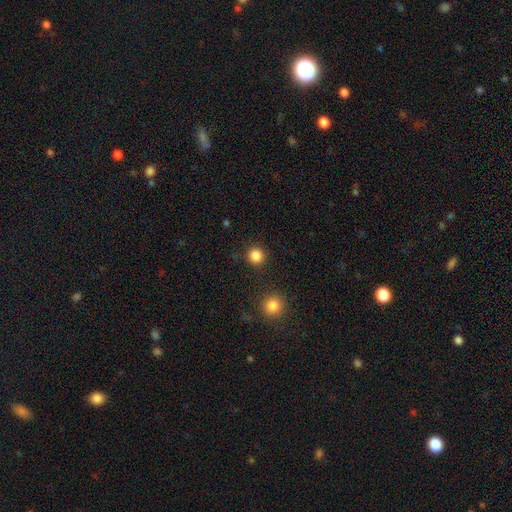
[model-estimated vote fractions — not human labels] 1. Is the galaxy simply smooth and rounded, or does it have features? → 85% smooth, 12% star or artifact, 3% featured or disk.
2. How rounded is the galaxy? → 94% round, 5% in between, 1% cigar-shaped.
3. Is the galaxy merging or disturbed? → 89% none, 6% minor disturbance, 3% merger, 3% major disturbance.